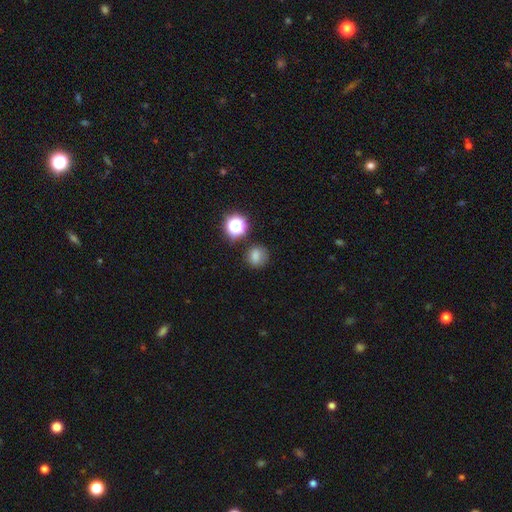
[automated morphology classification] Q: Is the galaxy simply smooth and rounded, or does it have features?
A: smooth — 75%.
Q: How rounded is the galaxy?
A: round — 76%.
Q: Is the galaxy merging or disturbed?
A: none — 77%.